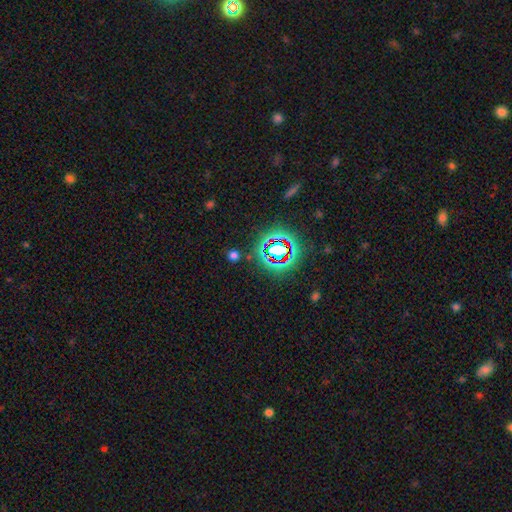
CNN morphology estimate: star or artifact 76%, smooth 15%, featured or disk 9%.